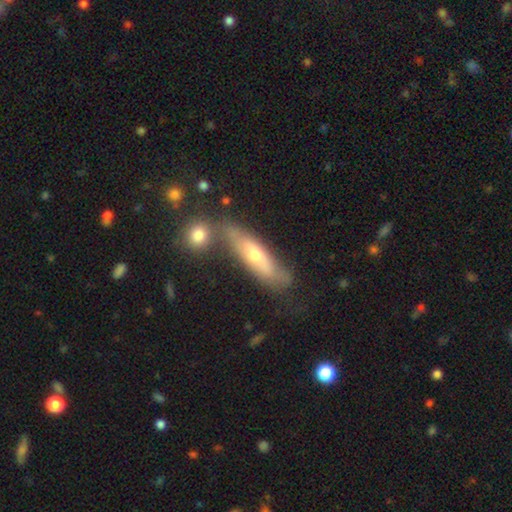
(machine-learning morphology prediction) Smooth or featured? Predicted: featured or disk (p=0.51). Edge-on disk? Predicted: yes (p=0.59). Merging? Predicted: none (p=0.59).